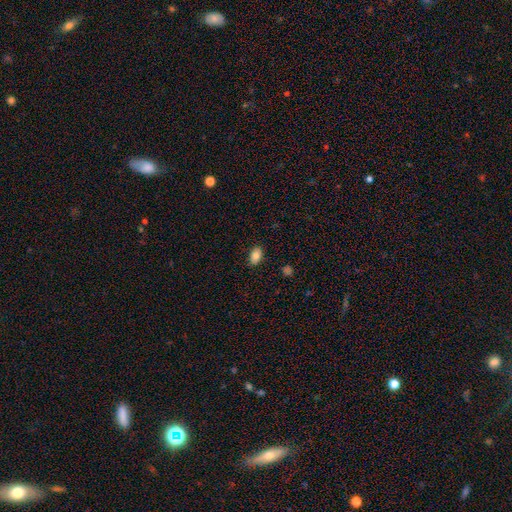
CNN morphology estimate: This is clearly a smooth galaxy (83%). How rounded: clearly in between (88%). Merging: clearly none (87%).